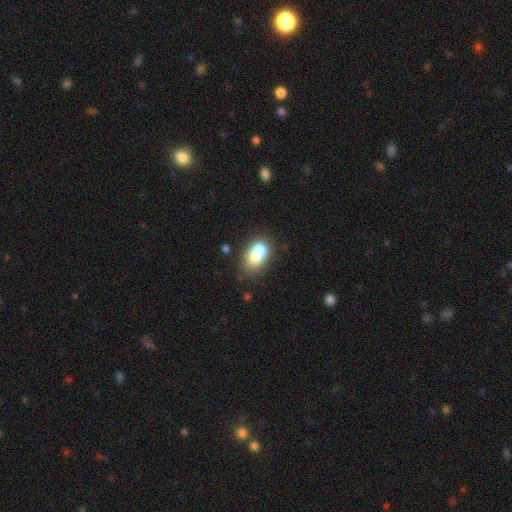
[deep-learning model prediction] smooth-or-featured: smooth: 69% | featured or disk: 21% | star or artifact: 10%
  how-rounded: in between: 73% | round: 26% | cigar-shaped: 2%
  merging: merger: 49% | none: 34% | minor disturbance: 12% | major disturbance: 6%